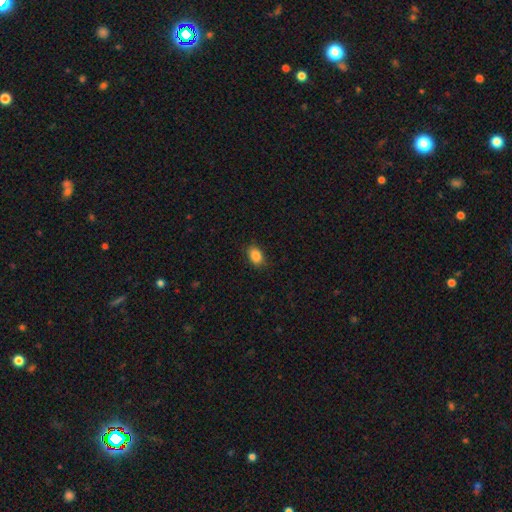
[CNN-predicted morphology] Smooth or featured? smooth (86%)
How rounded? in between (77%)
Merging? none (86%)